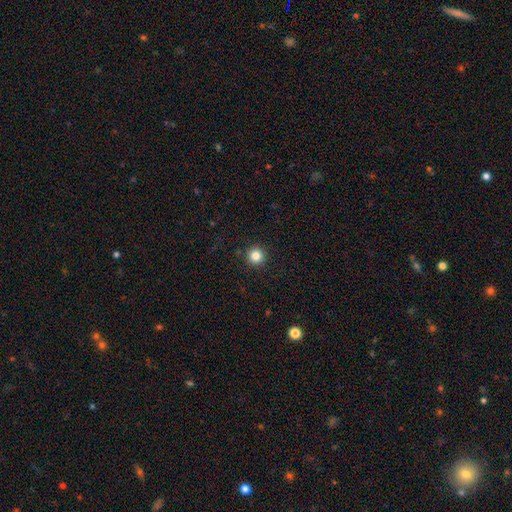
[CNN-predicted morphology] Smooth or featured? Predicted: smooth (p=0.83). How rounded? Predicted: round (p=0.96). Merging? Predicted: none (p=0.93).